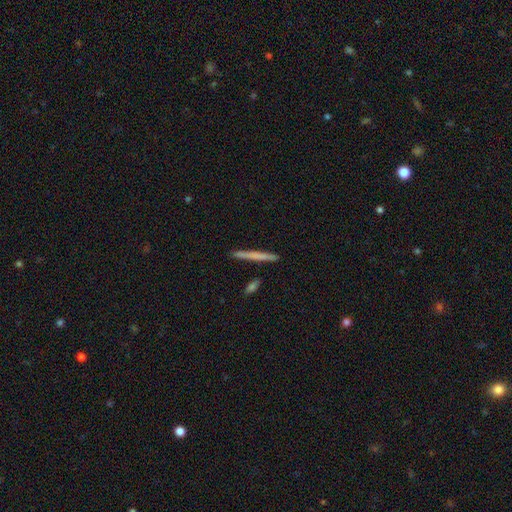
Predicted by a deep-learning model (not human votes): Morphology: type=smooth (59%); roundness=cigar-shaped (97%); merging=none (90%).